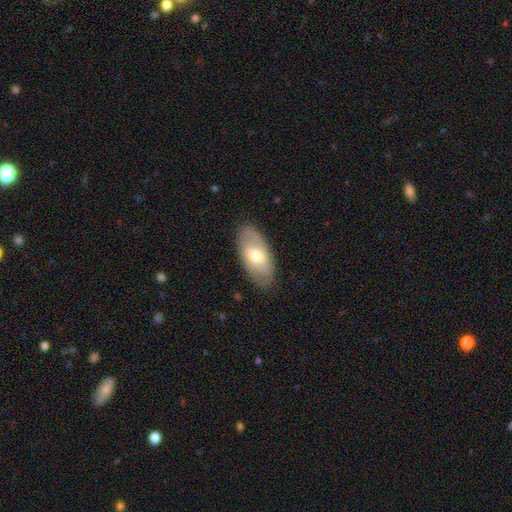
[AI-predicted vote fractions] Q: Smooth or featured?
A: smooth (53%); runner-up: featured or disk (41%)
Q: How rounded?
A: in between (92%); runner-up: cigar-shaped (4%)
Q: Merging?
A: none (83%); runner-up: minor disturbance (13%)